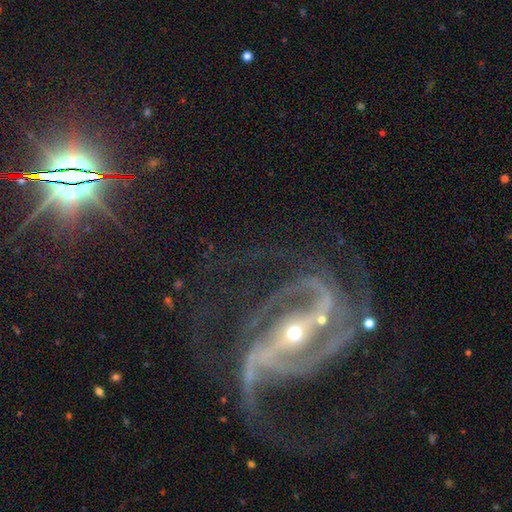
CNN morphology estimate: smooth-or-featured: featured or disk: 90% | star or artifact: 8% | smooth: 2%
  disk-edge-on: no: 97% | yes: 3%
    bar: strong: 70% | weak: 18% | no: 11%
    has-spiral-arms: yes: 98% | no: 2%
      spiral-winding: medium: 53% | loose: 29% | tight: 18%
      spiral-arm-count: 2: 63% | 3: 15% | can't tell: 6% | 4: 6% | 1: 5% | more than 4: 5%
    bulge-size: small: 67% | moderate: 30% | large: 1% | none: 1% | dominant: 1%
  merging: none: 49% | major disturbance: 29% | minor disturbance: 18% | merger: 4%